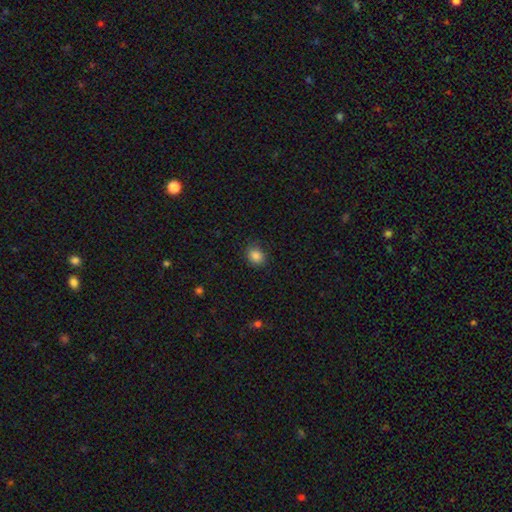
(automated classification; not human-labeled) This is clearly a smooth galaxy (86%). How rounded: possibly round (54%). Merging: clearly none (85%).